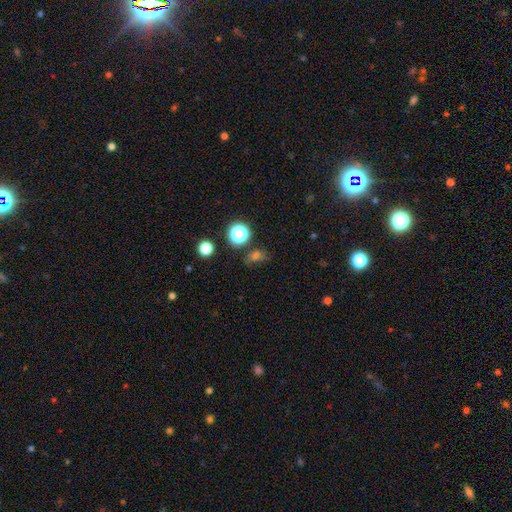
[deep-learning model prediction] smooth 50%, star or artifact 38%, featured or disk 12%. Down the decision tree: merging — none (69%).